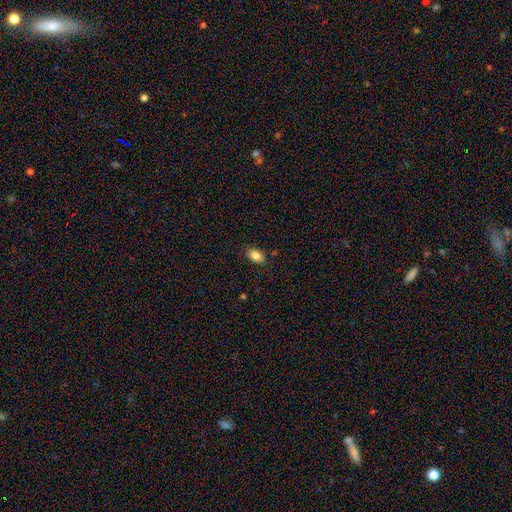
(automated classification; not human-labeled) This is clearly a smooth galaxy (85%). How rounded: clearly in between (86%). Merging: clearly none (84%).